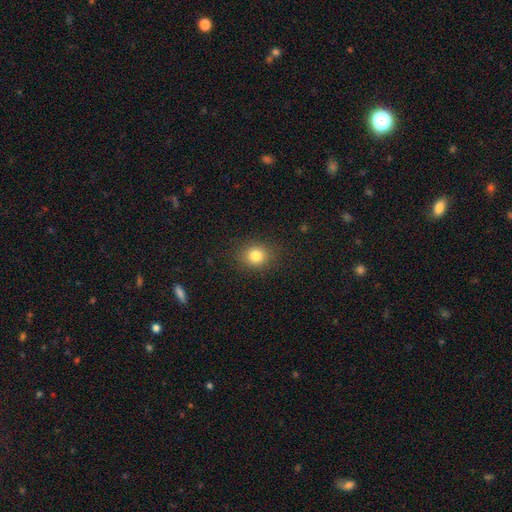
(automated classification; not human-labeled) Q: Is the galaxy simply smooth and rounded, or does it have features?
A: smooth — 82%.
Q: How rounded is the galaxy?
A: round — 74%.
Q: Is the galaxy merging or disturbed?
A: none — 87%.